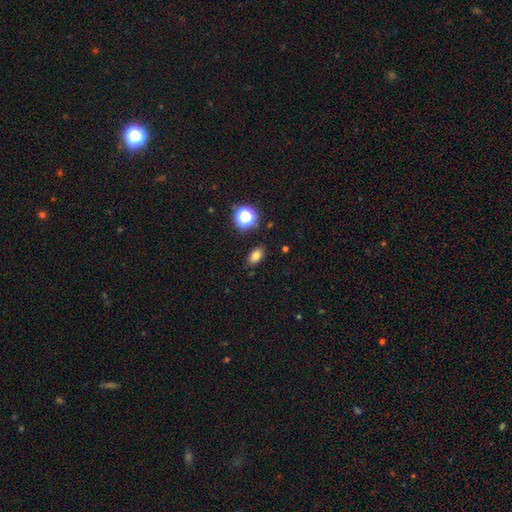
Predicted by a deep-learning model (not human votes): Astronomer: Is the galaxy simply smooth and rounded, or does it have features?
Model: smooth — 78%.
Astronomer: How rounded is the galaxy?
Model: in between — 84%.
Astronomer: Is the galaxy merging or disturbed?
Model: none — 87%.